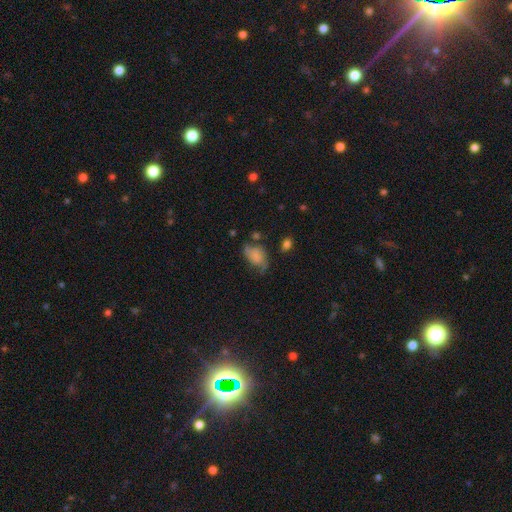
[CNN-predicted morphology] A smooth galaxy with no disk features (57%) that is in between round and cigar-shaped (82%).

Vote fractions:
- Smooth or featured? smooth: 57% / featured or disk: 31% / star or artifact: 12%
- How rounded? in between: 82% / round: 16% / cigar-shaped: 2%
- Merging? none: 37% / minor disturbance: 31% / major disturbance: 26% / merger: 6%